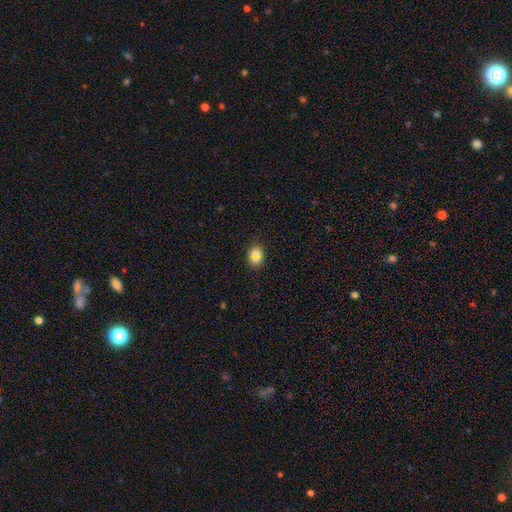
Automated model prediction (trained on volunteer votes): Q: Smooth or featured?
A: smooth (83%); runner-up: star or artifact (10%)
Q: How rounded?
A: in between (60%); runner-up: round (39%)
Q: Merging?
A: none (78%); runner-up: minor disturbance (14%)